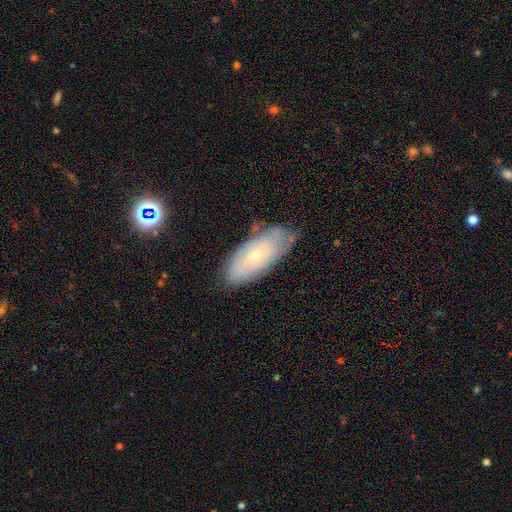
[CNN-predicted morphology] Smooth or featured? Predicted: featured or disk (p=0.54). Edge-on disk? Predicted: no (p=0.88). Merging? Predicted: none (p=0.69).